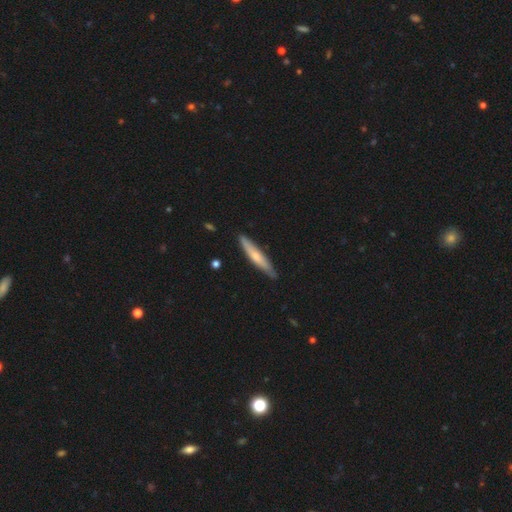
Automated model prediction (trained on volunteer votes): Smooth or featured?
  - smooth: 56% *
  - featured or disk: 38%
  - star or artifact: 5%
How rounded?
  - cigar-shaped: 91% *
  - in between: 8%
  - round: 1%
Merging?
  - none: 84% *
  - minor disturbance: 12%
  - major disturbance: 2%
  - merger: 1%